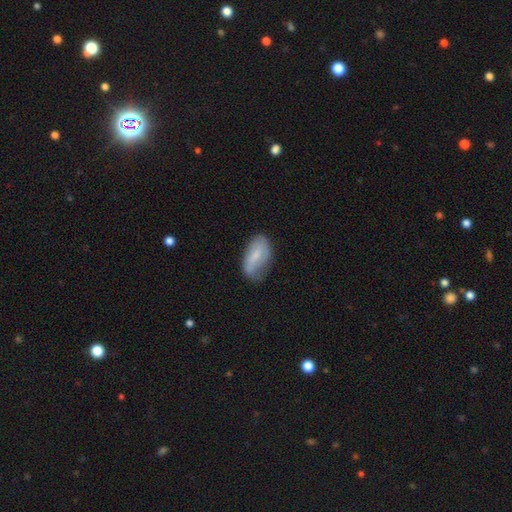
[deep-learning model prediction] The model was most divided on "merging": none: 54%, minor disturbance: 33%, major disturbance: 11%, merger: 2%. More confident: how rounded — in between (92%); smooth or featured — smooth (58%).